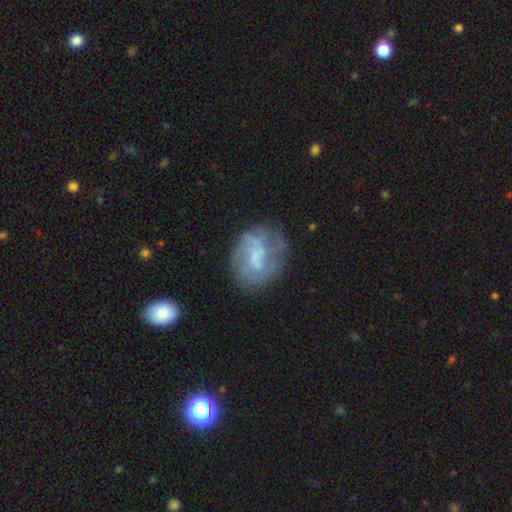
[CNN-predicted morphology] Smooth or featured: featured or disk — 67% (smooth — 25%)
Edge-on disk: no — 97% (yes — 3%)
Bar: weak — 49% (no — 41%)
Spiral arms: yes — 77% (no — 23%)
Spiral winding: medium — 42% (tight — 33%)
Spiral arm count: 2 — 40% (can't tell — 35%)
Bulge size: small — 47% (none — 26%)
Merging: none — 62% (minor disturbance — 22%)